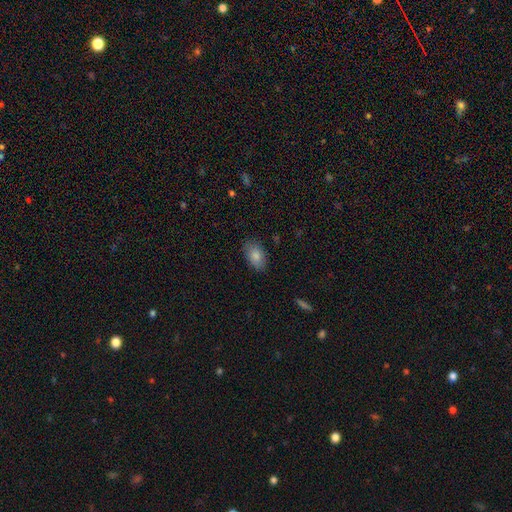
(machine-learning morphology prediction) A smooth galaxy with no disk features (84%) that is in between round and cigar-shaped (92%). Merging: none (84%).